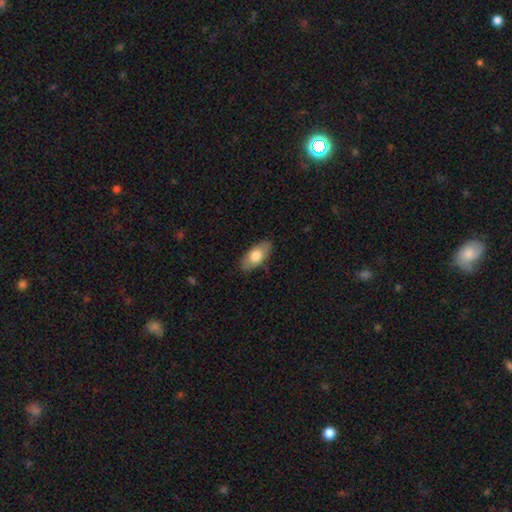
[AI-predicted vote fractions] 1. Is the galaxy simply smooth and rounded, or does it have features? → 71% smooth, 24% featured or disk, 6% star or artifact.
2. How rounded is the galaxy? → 90% in between, 7% cigar-shaped, 3% round.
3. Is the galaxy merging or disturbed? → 82% none, 14% minor disturbance, 3% major disturbance, 1% merger.